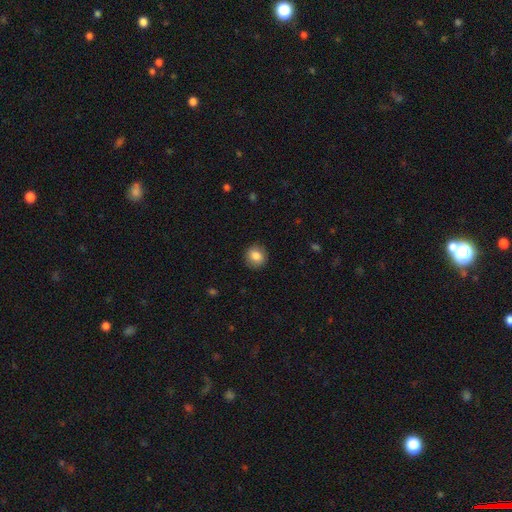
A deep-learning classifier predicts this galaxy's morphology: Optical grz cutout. It shows a smooth galaxy with no disk features (84%) that is round (85%). Merging: none (90%).